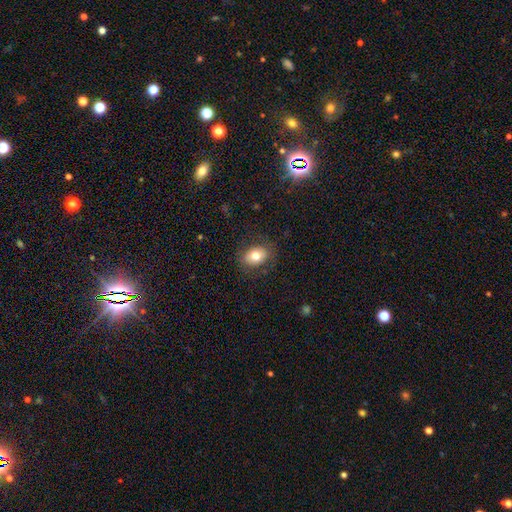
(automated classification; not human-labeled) smooth_or_featured: smooth (p=0.78) [alt: featured or disk p=0.13]
how_rounded: in between (p=0.68) [alt: round p=0.31]
merging: none (p=0.85) [alt: minor disturbance p=0.11]